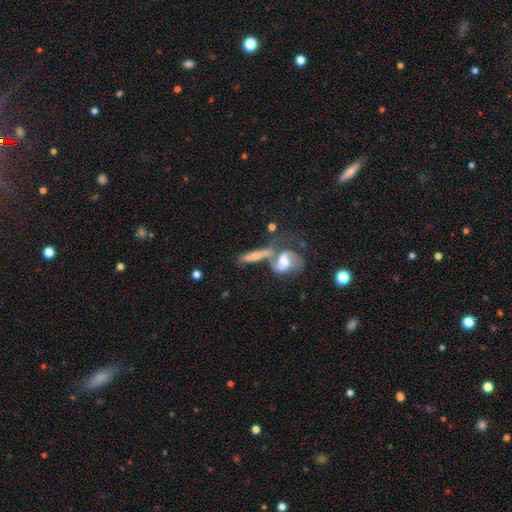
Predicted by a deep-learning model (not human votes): This appears to be a featured or disk galaxy (48%). Merging: merger (48%).